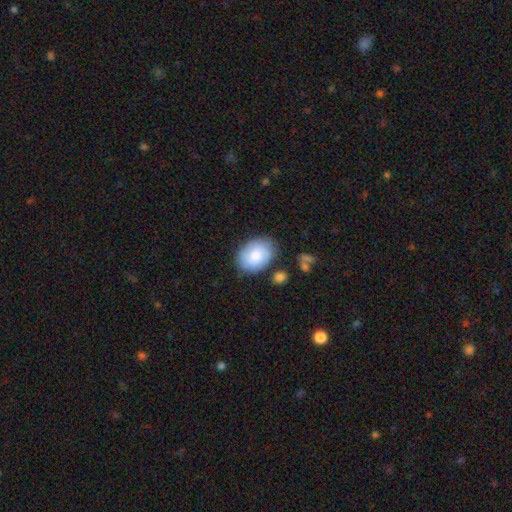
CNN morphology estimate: smooth-or-featured: smooth: 71% | featured or disk: 22% | star or artifact: 7%
  how-rounded: in between: 69% | round: 30% | cigar-shaped: 1%
  merging: none: 74% | minor disturbance: 18% | major disturbance: 5% | merger: 4%